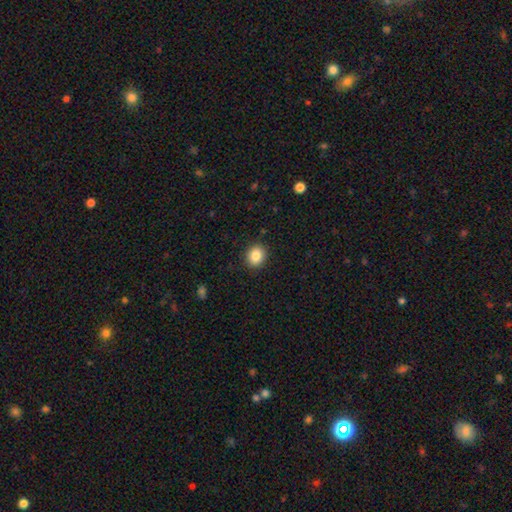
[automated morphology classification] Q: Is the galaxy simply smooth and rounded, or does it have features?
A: smooth — 85%.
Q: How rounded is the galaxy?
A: round — 73%.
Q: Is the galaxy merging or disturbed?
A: none — 90%.